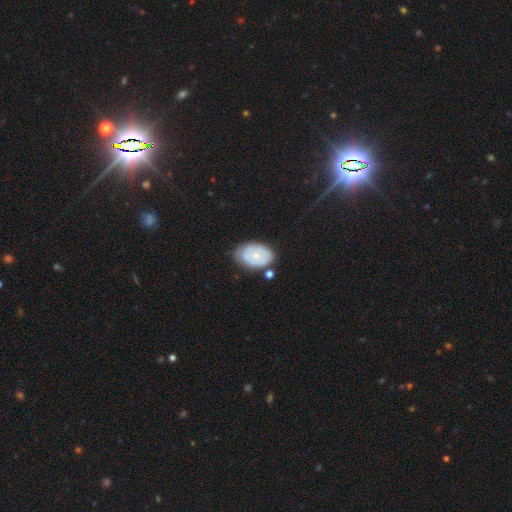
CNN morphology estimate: smooth-or-featured: smooth: 50% | featured or disk: 44% | star or artifact: 6%
  merging: none: 61% | minor disturbance: 25% | merger: 7% | major disturbance: 6%